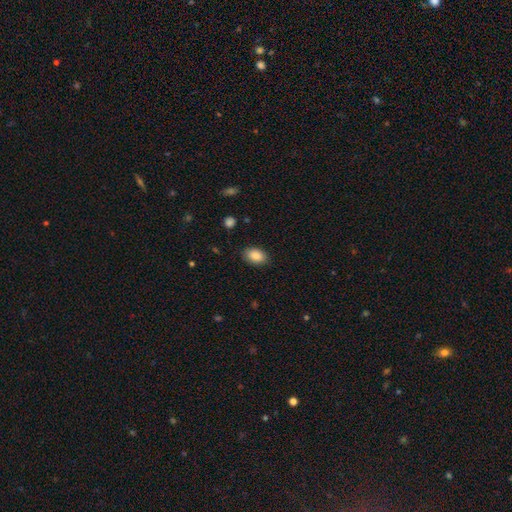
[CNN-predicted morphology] type=smooth (87%); roundness=in between (86%); merging=none (86%).